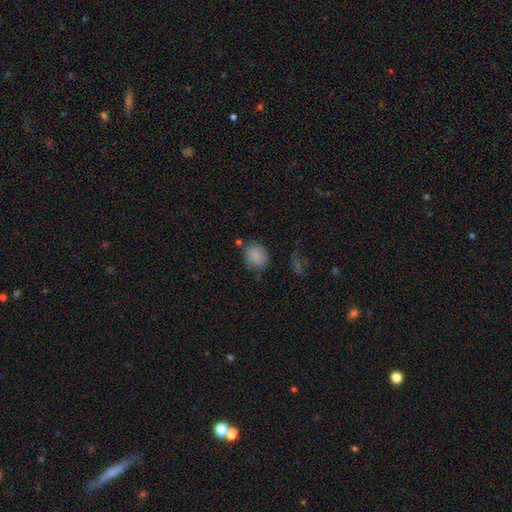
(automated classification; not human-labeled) Q: Smooth or featured?
A: smooth (86%); runner-up: star or artifact (9%)
Q: How rounded?
A: round (61%); runner-up: in between (38%)
Q: Merging?
A: none (75%); runner-up: minor disturbance (16%)